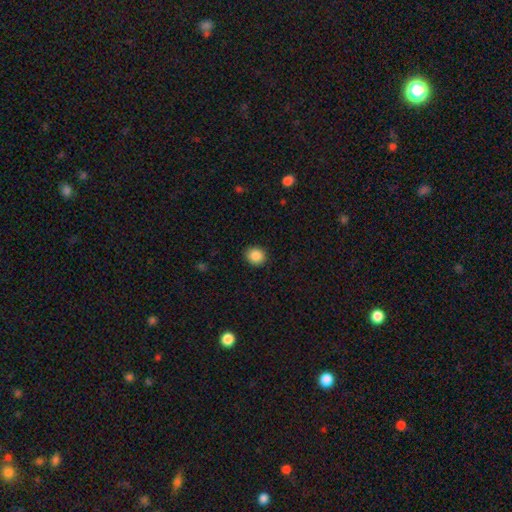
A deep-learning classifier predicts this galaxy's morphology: A smooth galaxy with no disk features (87%) that is round (82%). Merging: none (90%).